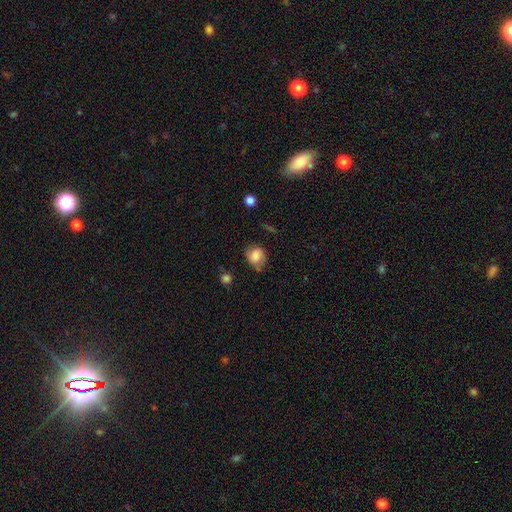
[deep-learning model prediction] Smooth or featured?
  - smooth: 70% *
  - featured or disk: 21%
  - star or artifact: 9%
How rounded?
  - in between: 50% *
  - round: 48%
  - cigar-shaped: 1%
Merging?
  - none: 58% *
  - minor disturbance: 29%
  - major disturbance: 10%
  - merger: 3%